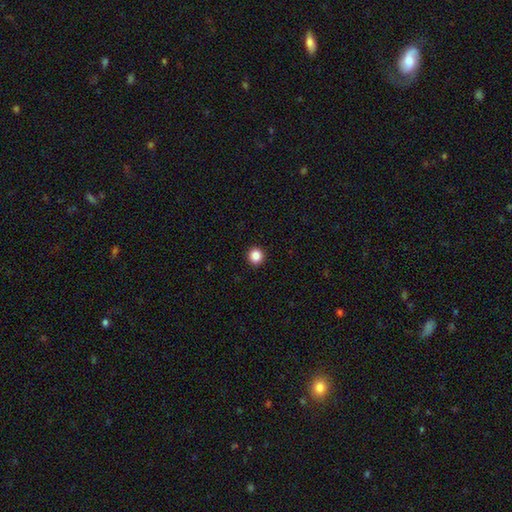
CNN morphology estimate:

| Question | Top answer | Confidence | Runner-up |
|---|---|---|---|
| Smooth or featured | smooth | 86% | star or artifact (11%) |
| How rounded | round | 94% | in between (5%) |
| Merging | none | 93% | minor disturbance (4%) |